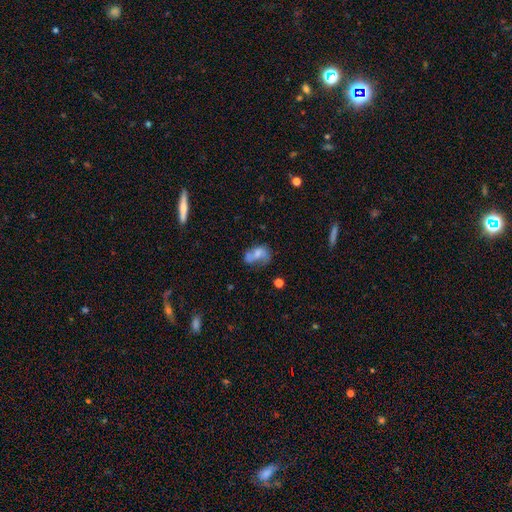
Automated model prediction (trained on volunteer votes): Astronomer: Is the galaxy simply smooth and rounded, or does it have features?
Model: smooth — 52% (runner-up: featured or disk, 36%).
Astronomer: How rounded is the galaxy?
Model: in between — 79%.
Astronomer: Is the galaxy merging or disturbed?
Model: merger — 28% (runner-up: major disturbance, 27%).